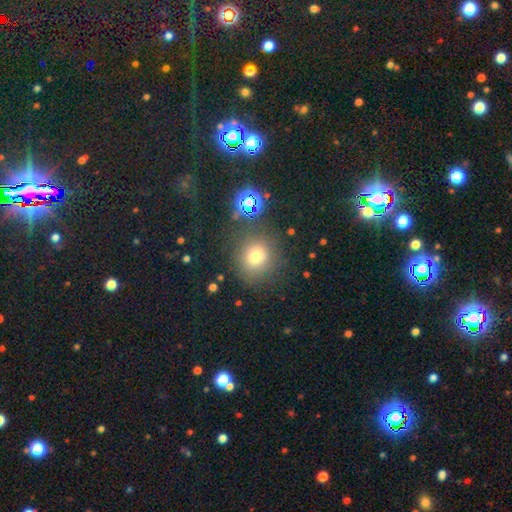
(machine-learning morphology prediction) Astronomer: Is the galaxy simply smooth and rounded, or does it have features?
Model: smooth — 72%.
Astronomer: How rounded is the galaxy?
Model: round — 87%.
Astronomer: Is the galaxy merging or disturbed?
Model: none — 81%.